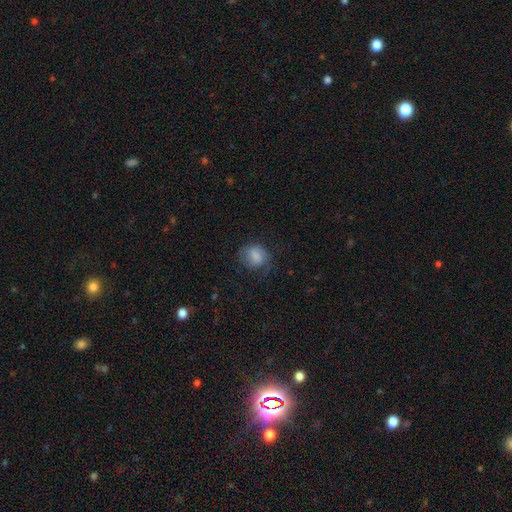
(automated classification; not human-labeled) smooth 71%, featured or disk 20%, star or artifact 9%. Down the decision tree: how rounded — round (67%); merging — none (58%).